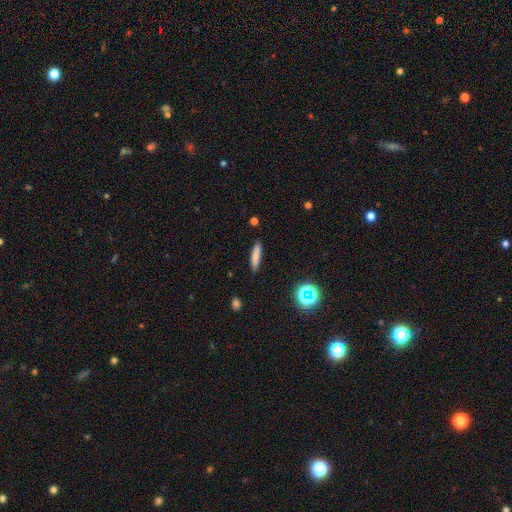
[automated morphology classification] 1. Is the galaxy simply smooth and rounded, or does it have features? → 79% smooth, 11% featured or disk, 10% star or artifact.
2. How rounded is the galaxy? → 82% cigar-shaped, 16% in between, 2% round.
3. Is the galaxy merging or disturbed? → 88% none, 8% minor disturbance, 2% major disturbance, 1% merger.